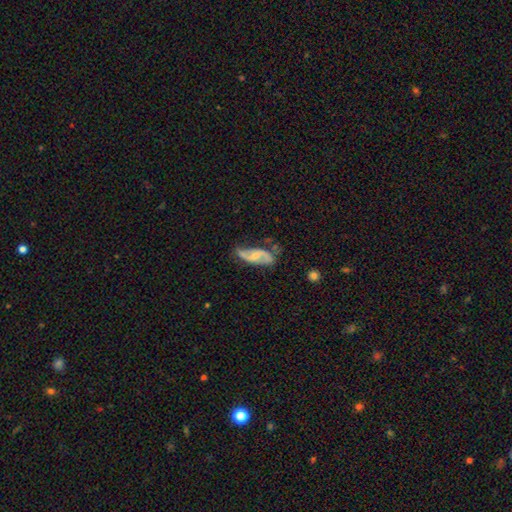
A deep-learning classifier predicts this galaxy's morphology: Smooth or featured: featured or disk — 76% (smooth — 18%)
Edge-on disk: no — 93% (yes — 7%)
Bar: no — 44% (weak — 40%)
Spiral arms: yes — 91% (no — 9%)
Spiral winding: loose — 52% (medium — 36%)
Spiral arm count: 2 — 89% (can't tell — 6%)
Bulge size: small — 55% (moderate — 34%)
Merging: none — 58% (minor disturbance — 26%)